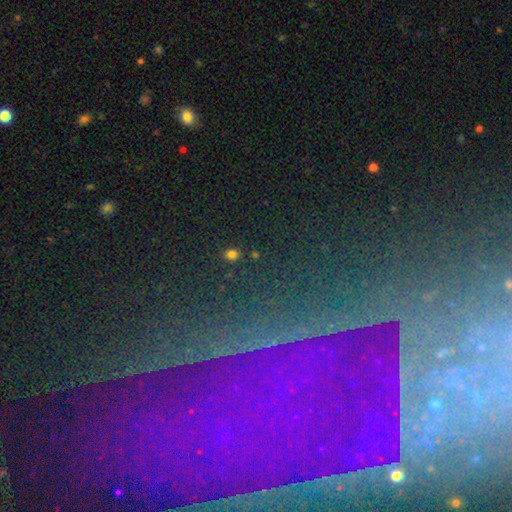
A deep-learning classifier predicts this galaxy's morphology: This appears to be a star or artifact, not a galaxy (57%).